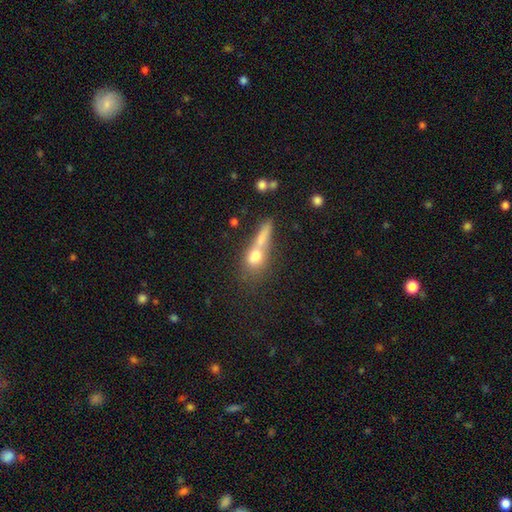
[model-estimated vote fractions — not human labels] smooth 66%, featured or disk 22%, star or artifact 12%. Down the decision tree: how rounded — round (39%); merging — merger (46%).